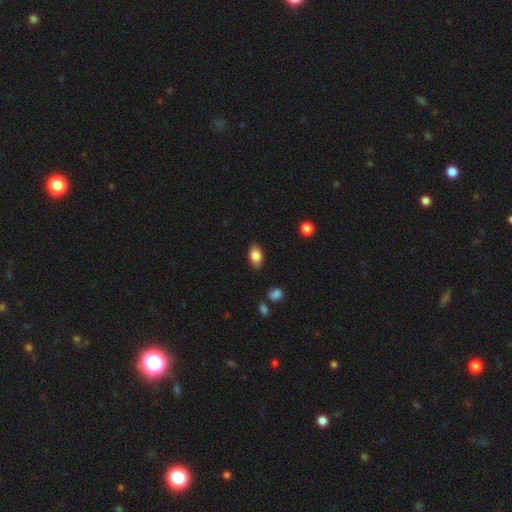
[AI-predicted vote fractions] This is clearly a smooth galaxy (84%). How rounded: clearly in between (89%). Merging: clearly none (86%).